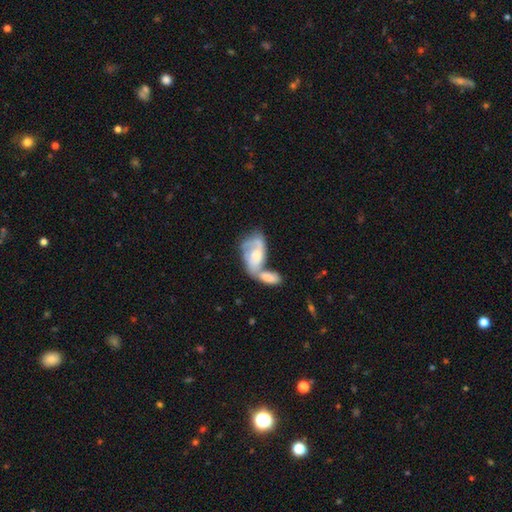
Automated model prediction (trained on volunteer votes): Morphology: type=featured or disk (58%); edge-on=no (94%); bar=no (63%); spiral arms=yes (72%); bulge=moderate (47%); merging=merger (62%).